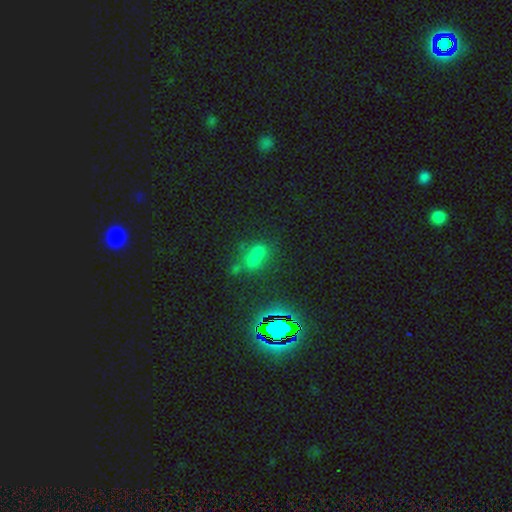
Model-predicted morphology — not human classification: Smooth or featured: smooth — 46% (star or artifact — 37%)
Merging: none — 43% (merger — 25%)